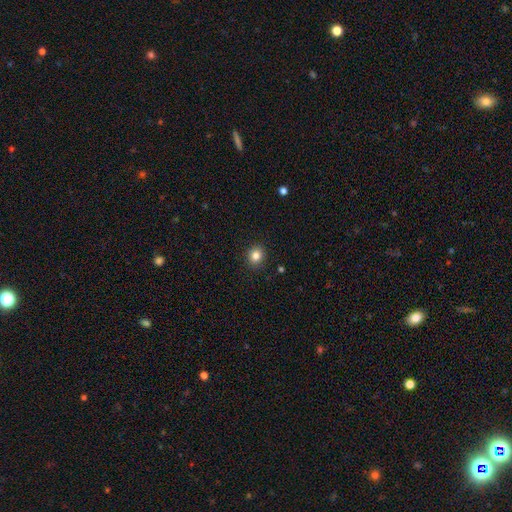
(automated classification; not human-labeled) The model was most divided on "how rounded": round: 79%, in between: 20%, cigar-shaped: 1%. More confident: merging — none (91%); smooth or featured — smooth (84%).